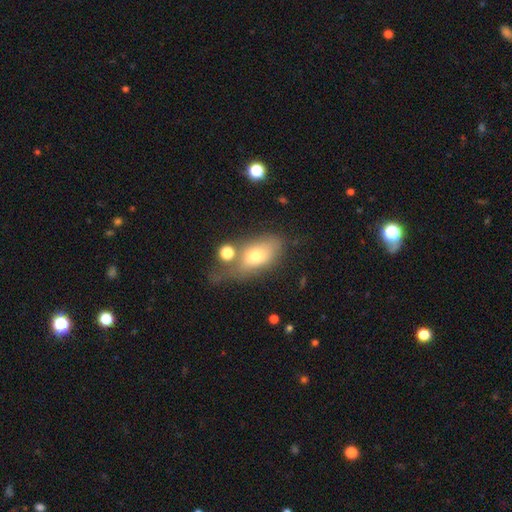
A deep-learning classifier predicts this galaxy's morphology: smooth 67%, featured or disk 24%, star or artifact 9%. Down the decision tree: how rounded — in between (84%); merging — none (35%).